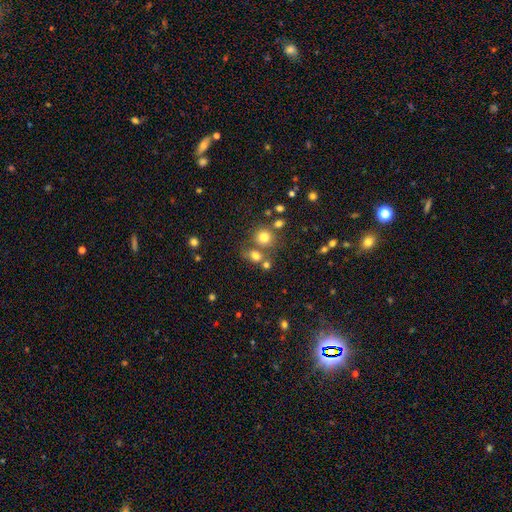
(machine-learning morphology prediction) A smooth galaxy with no disk features (74%) that is round (63%). Merging: none (58%).